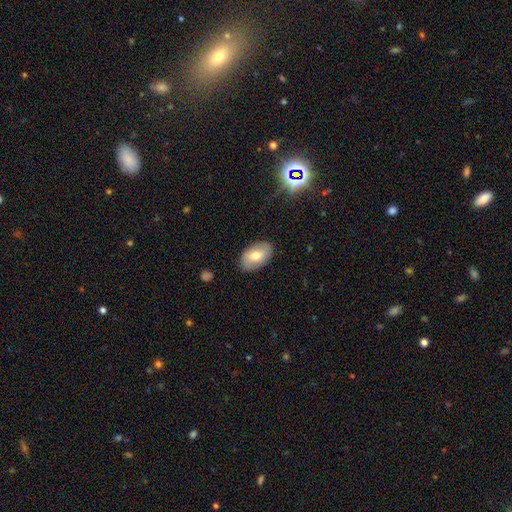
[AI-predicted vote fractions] Q: Smooth or featured?
A: smooth (67%); runner-up: featured or disk (26%)
Q: How rounded?
A: in between (92%); runner-up: round (7%)
Q: Merging?
A: none (86%); runner-up: minor disturbance (11%)